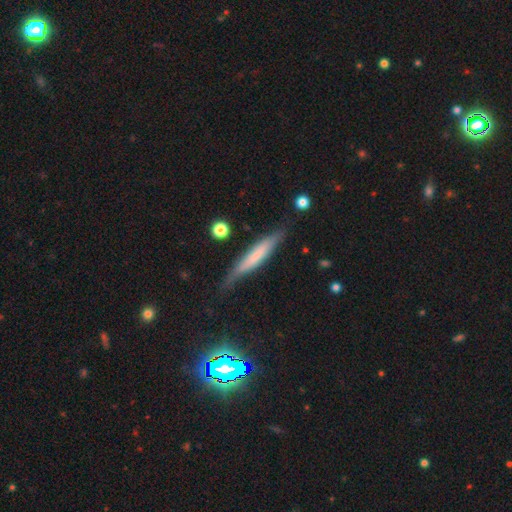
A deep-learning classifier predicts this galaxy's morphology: smooth 55%, featured or disk 38%, star or artifact 7%. Down the decision tree: how rounded — cigar-shaped (91%); merging — none (73%).